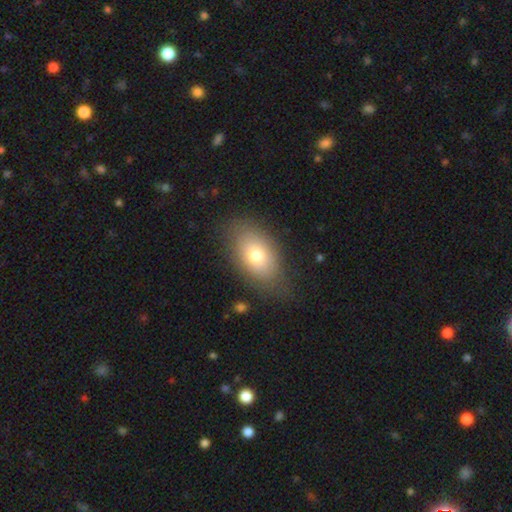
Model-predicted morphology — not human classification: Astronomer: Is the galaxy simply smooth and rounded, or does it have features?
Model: smooth — 73%.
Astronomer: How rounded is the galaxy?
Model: in between — 89%.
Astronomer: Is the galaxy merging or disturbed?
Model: none — 75%.